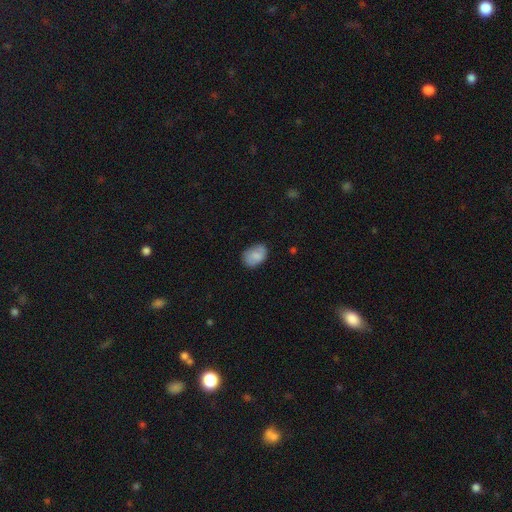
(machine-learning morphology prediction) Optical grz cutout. It shows a smooth galaxy with no disk features (78%) that is in between round and cigar-shaped (79%). Merging: none (71%).